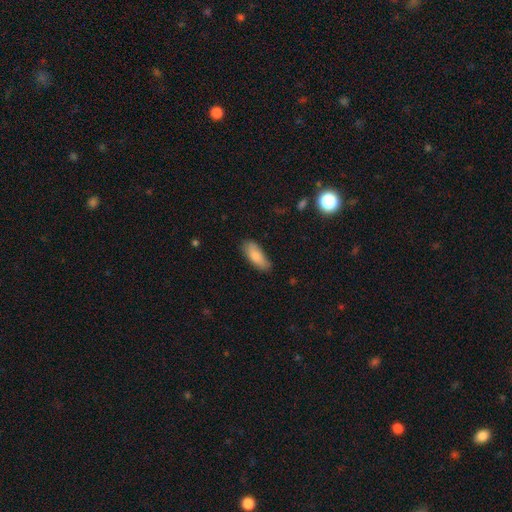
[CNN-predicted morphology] A smooth galaxy with no disk features (83%) that is in between round and cigar-shaped (75%). Merging: none (74%).